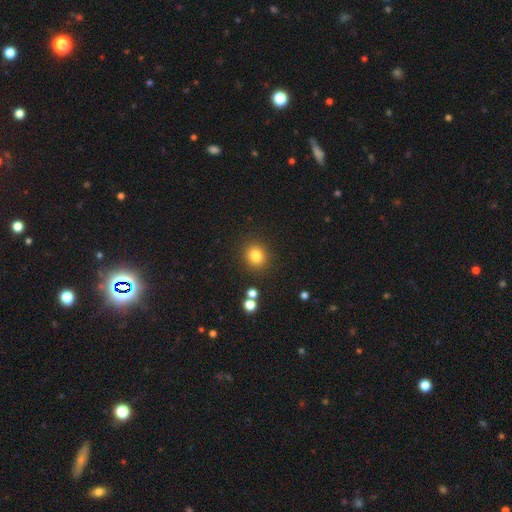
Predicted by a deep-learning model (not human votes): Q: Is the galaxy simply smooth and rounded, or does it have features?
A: smooth — 81%.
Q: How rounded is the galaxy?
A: round — 82%.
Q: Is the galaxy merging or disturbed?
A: none — 87%.